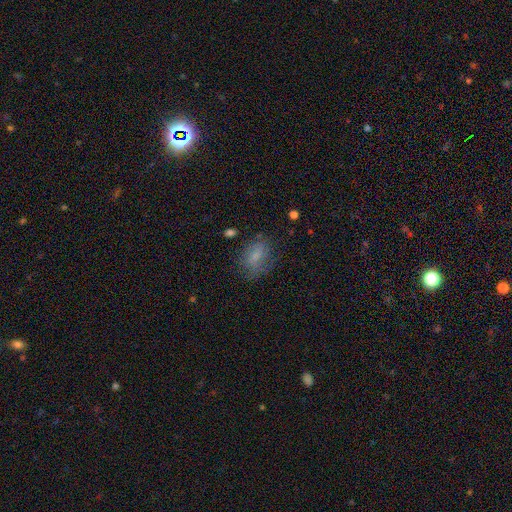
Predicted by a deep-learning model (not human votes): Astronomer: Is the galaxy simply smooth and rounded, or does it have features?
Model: smooth — 69%.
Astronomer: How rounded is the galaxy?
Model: in between — 77%.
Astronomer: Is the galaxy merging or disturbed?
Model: none — 61%.